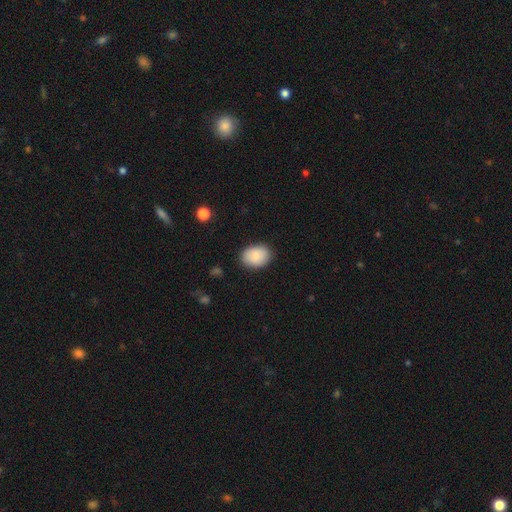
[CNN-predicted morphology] Q: Smooth or featured?
A: smooth (87%); runner-up: featured or disk (7%)
Q: How rounded?
A: in between (75%); runner-up: round (24%)
Q: Merging?
A: none (85%); runner-up: minor disturbance (11%)